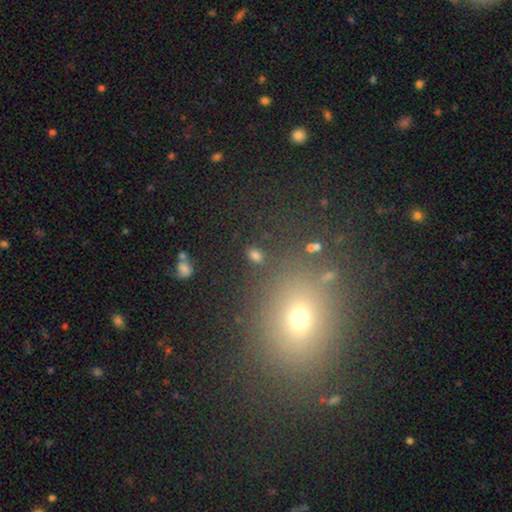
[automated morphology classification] type=smooth (72%); roundness=in between (66%); merging=none (81%).